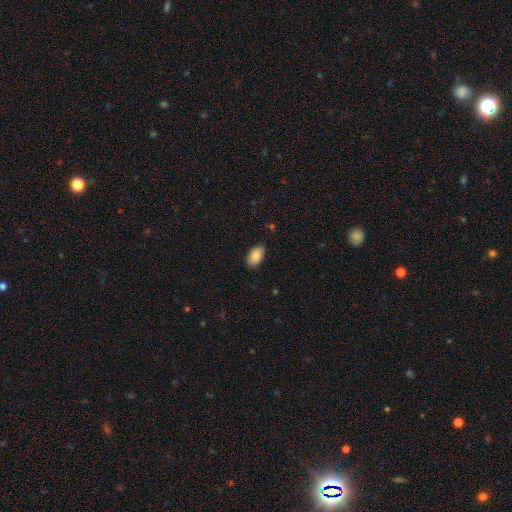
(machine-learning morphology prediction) smooth_or_featured: smooth (p=0.88) [alt: star or artifact p=0.07]
how_rounded: in between (p=0.94) [alt: round p=0.04]
merging: none (p=0.87) [alt: minor disturbance p=0.10]